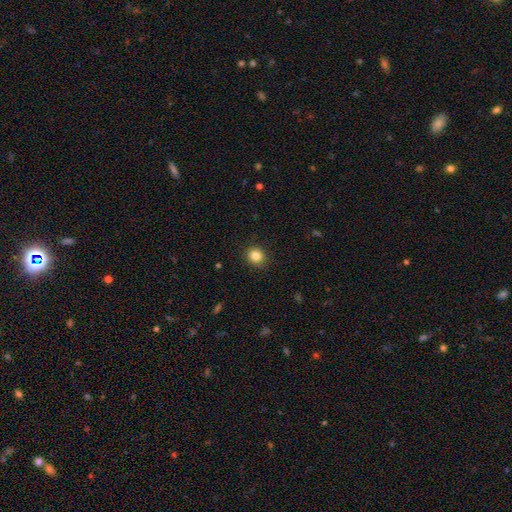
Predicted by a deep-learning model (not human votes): Q: Smooth or featured?
A: smooth (85%); runner-up: star or artifact (11%)
Q: How rounded?
A: round (86%); runner-up: in between (13%)
Q: Merging?
A: none (90%); runner-up: minor disturbance (7%)